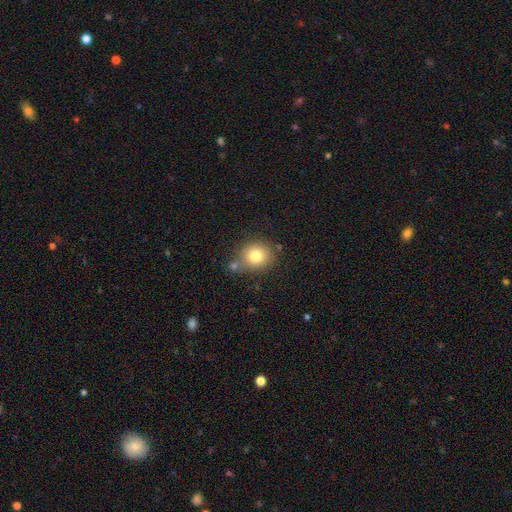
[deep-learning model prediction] Q: Smooth or featured?
A: smooth (79%); runner-up: star or artifact (11%)
Q: How rounded?
A: round (80%); runner-up: in between (19%)
Q: Merging?
A: none (70%); runner-up: minor disturbance (14%)